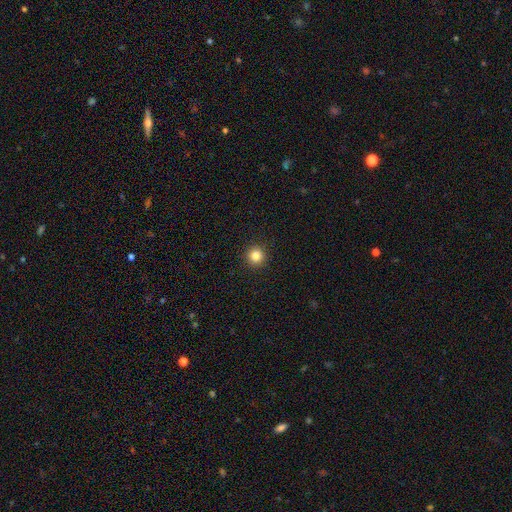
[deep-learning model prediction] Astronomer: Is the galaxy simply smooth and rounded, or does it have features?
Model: smooth — 83%.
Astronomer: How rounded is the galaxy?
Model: round — 96%.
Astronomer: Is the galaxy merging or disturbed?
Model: none — 93%.